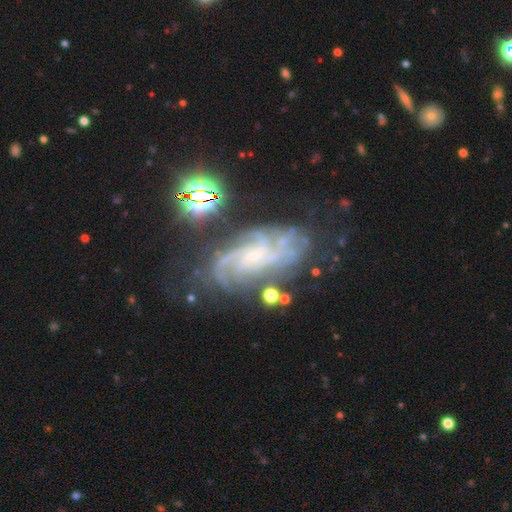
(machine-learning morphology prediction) Smooth or featured?
  - featured or disk: 84% *
  - star or artifact: 10%
  - smooth: 6%
Edge-on disk?
  - no: 96% *
  - yes: 4%
Bar?
  - no: 62% *
  - weak: 30%
  - strong: 8%
Spiral arms?
  - yes: 97% *
  - no: 3%
Spiral winding?
  - tight: 48% *
  - medium: 41%
  - loose: 11%
Spiral arm count?
  - can't tell: 28% *
  - 3: 20%
  - 4: 19%
  - 2: 16%
  - more than 4: 11%
  - 1: 7%
Bulge size?
  - small: 73% *
  - none: 14%
  - moderate: 11%
  - large: 1%
  - dominant: 1%
Merging?
  - none: 62% *
  - minor disturbance: 20%
  - major disturbance: 13%
  - merger: 5%